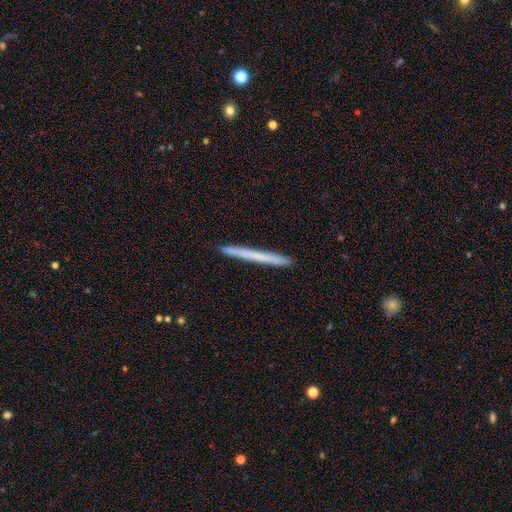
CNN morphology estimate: This appears to be a smooth galaxy with no disk features (61%) that is cigar-shaped (97%). Merging: none (92%).